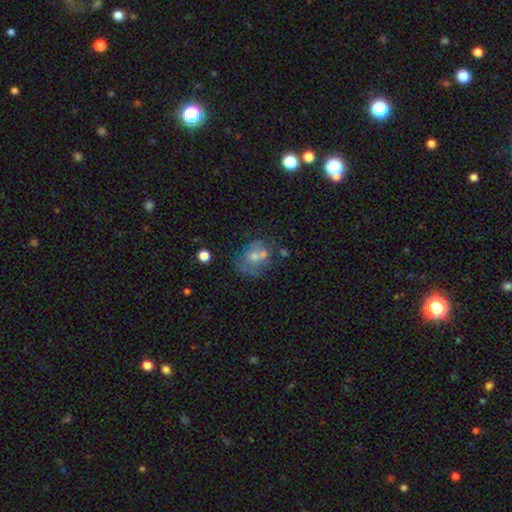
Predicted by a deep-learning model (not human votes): This appears to be a smooth galaxy with no disk features (47%). Merging: none (35%).